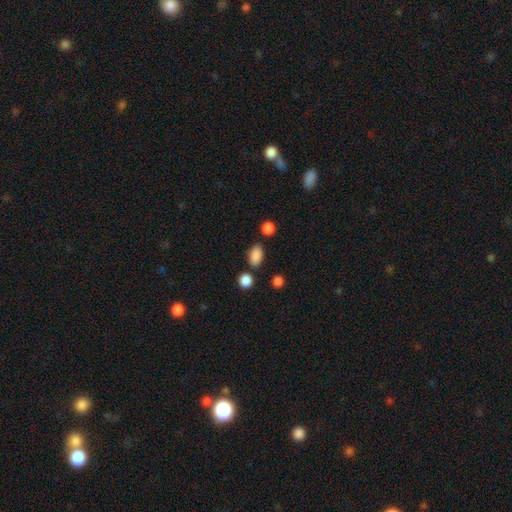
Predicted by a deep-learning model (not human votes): Smooth or featured?
  - smooth: 87% *
  - star or artifact: 9%
  - featured or disk: 4%
How rounded?
  - in between: 86% *
  - round: 12%
  - cigar-shaped: 2%
Merging?
  - none: 79% *
  - minor disturbance: 12%
  - merger: 6%
  - major disturbance: 3%